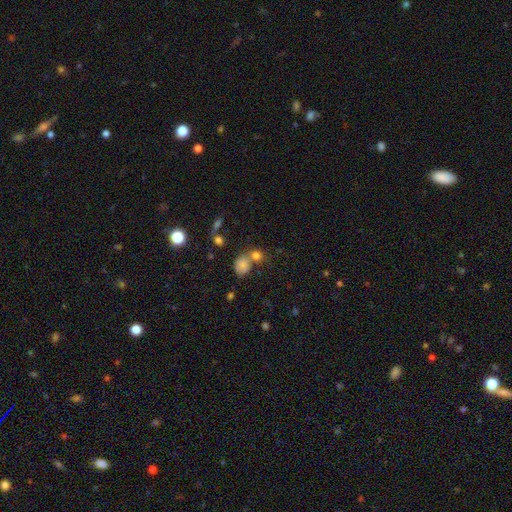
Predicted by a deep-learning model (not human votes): A smooth galaxy with no disk features (56%) that is round (68%).

Vote fractions:
- Smooth or featured? smooth: 56% / star or artifact: 33% / featured or disk: 12%
- How rounded? round: 68% / in between: 29% / cigar-shaped: 3%
- Merging? none: 54% / merger: 29% / minor disturbance: 11% / major disturbance: 6%